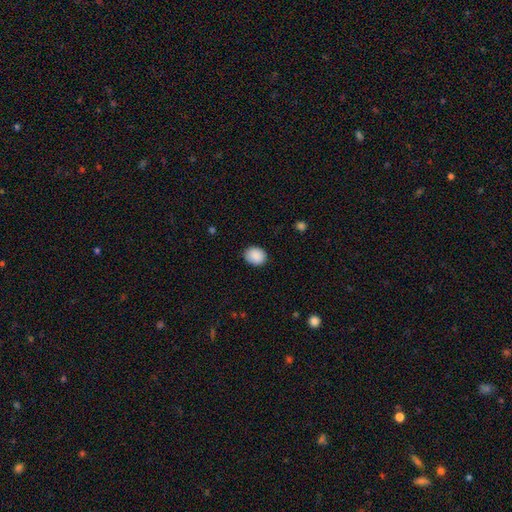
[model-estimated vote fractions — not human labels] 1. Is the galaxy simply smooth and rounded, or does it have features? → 89% smooth, 7% star or artifact, 3% featured or disk.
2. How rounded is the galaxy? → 60% round, 39% in between, 1% cigar-shaped.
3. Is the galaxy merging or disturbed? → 86% none, 11% minor disturbance, 2% major disturbance, 1% merger.